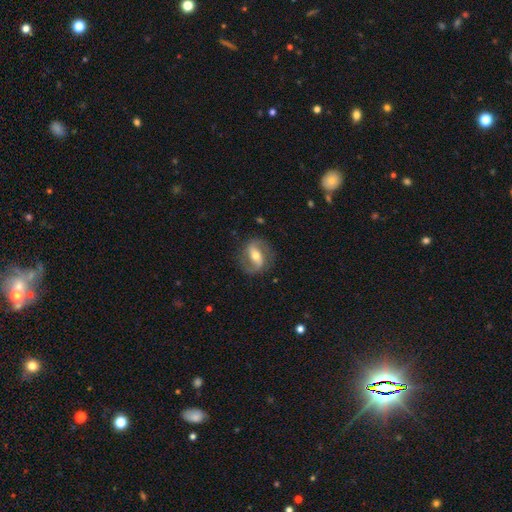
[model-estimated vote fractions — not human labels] Smooth or featured? featured or disk (80%)
Edge-on disk? no (96%)
Bar? strong (45%)
Spiral arms? yes (91%)
Spiral winding? medium (46%)
Spiral arm count? 2 (89%)
Bulge size? moderate (64%)
Merging? none (81%)